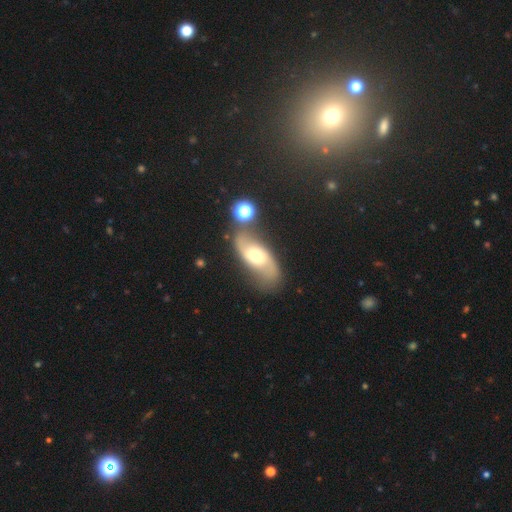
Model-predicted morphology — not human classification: smooth-or-featured: featured or disk: 65% | smooth: 27% | star or artifact: 8%
  disk-edge-on: no: 91% | yes: 9%
    bar: no: 52% | weak: 35% | strong: 12%
    has-spiral-arms: yes: 86% | no: 14%
      spiral-winding: loose: 64% | medium: 28% | tight: 8%
      spiral-arm-count: 2: 89% | can't tell: 6% | 1: 2% | 3: 1% | 4: 1% | more than 4: 1%
    bulge-size: moderate: 63% | large: 19% | small: 14% | dominant: 2% | none: 2%
  merging: none: 61% | minor disturbance: 18% | merger: 11% | major disturbance: 9%